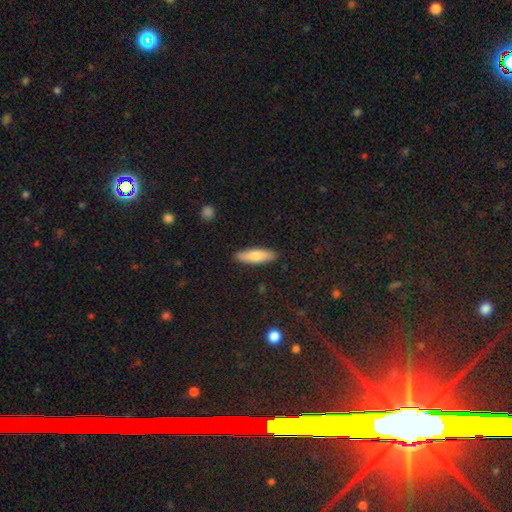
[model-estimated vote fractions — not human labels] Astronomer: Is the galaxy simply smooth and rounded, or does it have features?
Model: smooth — 78%.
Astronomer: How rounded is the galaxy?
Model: cigar-shaped — 55% (runner-up: in between, 43%).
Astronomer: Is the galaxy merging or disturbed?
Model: none — 89%.